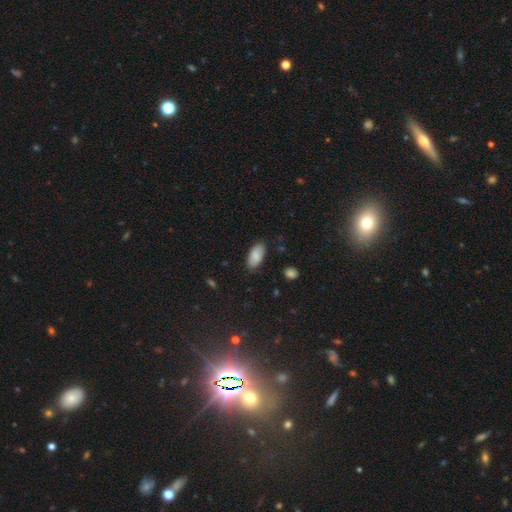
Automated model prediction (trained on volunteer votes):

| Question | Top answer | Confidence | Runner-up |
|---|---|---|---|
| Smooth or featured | smooth | 82% | featured or disk (11%) |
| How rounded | in between | 94% | cigar-shaped (4%) |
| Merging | none | 83% | minor disturbance (13%) |